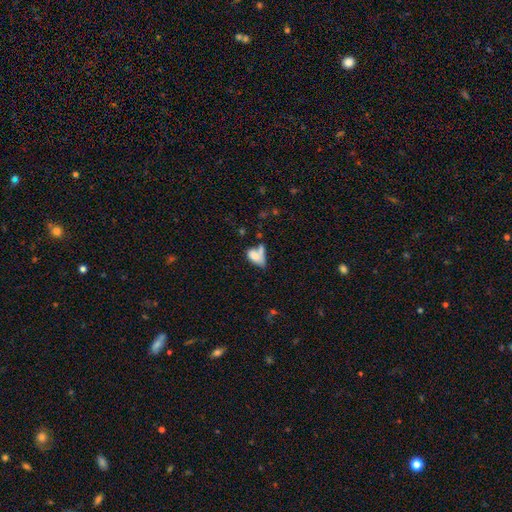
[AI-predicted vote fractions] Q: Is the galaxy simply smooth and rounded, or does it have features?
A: smooth — 71%.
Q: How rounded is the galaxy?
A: in between — 86%.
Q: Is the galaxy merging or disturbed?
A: merger — 46%.